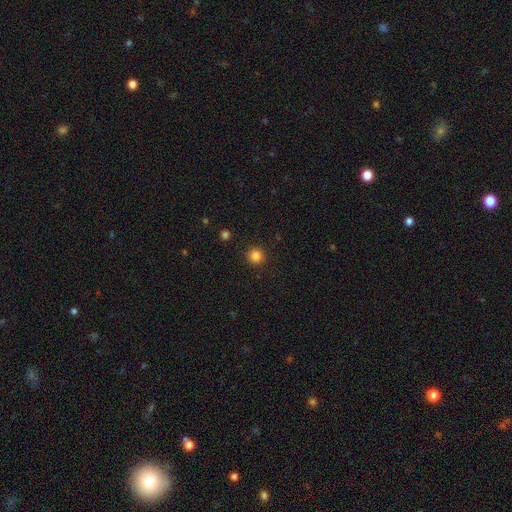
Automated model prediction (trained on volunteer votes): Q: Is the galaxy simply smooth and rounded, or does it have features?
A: smooth — 84%.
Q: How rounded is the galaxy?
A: round — 95%.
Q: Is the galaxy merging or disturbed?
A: none — 92%.